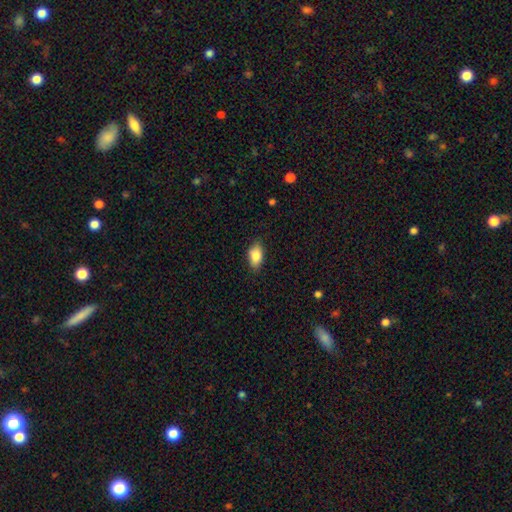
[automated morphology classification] smooth-or-featured: smooth: 85% | featured or disk: 8% | star or artifact: 7%
  how-rounded: in between: 89% | round: 8% | cigar-shaped: 3%
  merging: none: 83% | minor disturbance: 14% | major disturbance: 3% | merger: 1%